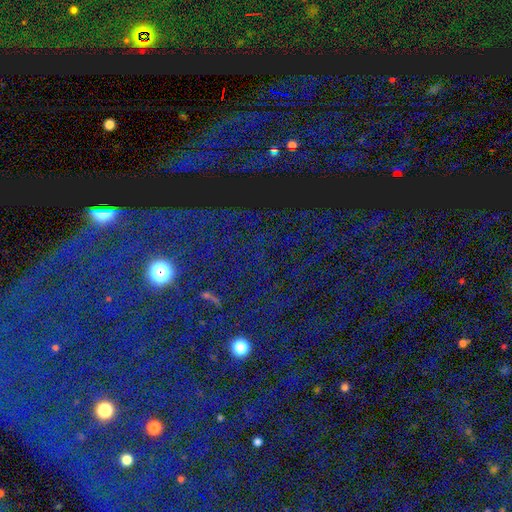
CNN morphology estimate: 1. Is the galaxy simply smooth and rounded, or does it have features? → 83% star or artifact, 9% smooth, 8% featured or disk.